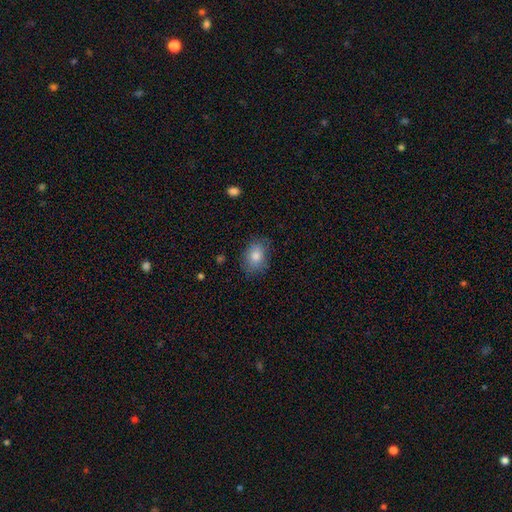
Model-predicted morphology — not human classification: This appears to be a smooth galaxy with no disk features (81%) that is in between round and cigar-shaped (70%). Merging: none (80%).